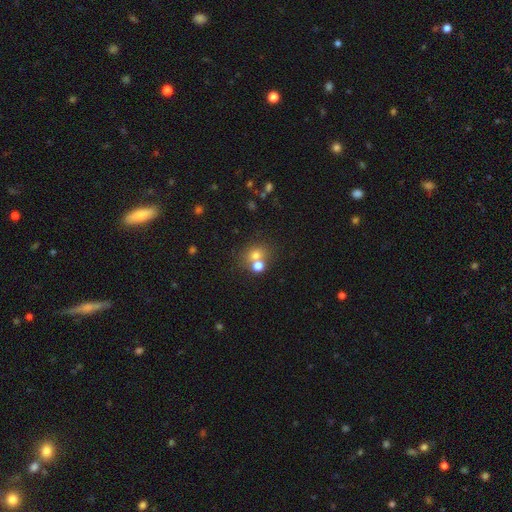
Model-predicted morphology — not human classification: The model was most divided on "merging": none: 50%, merger: 38%, minor disturbance: 9%, major disturbance: 4%. More confident: how rounded — round (70%); smooth or featured — smooth (70%).